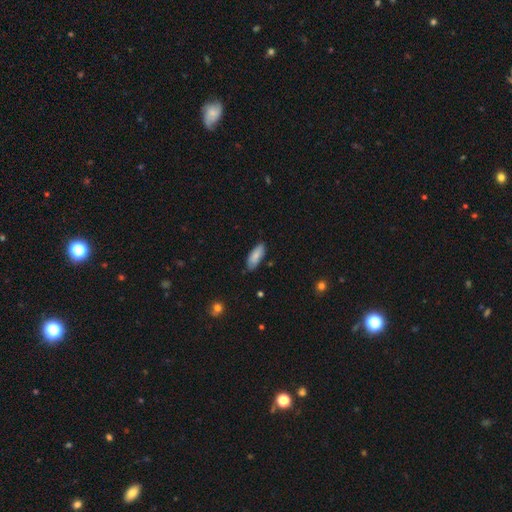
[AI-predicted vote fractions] Morphology: type=smooth (82%); roundness=in between (75%); merging=none (79%).